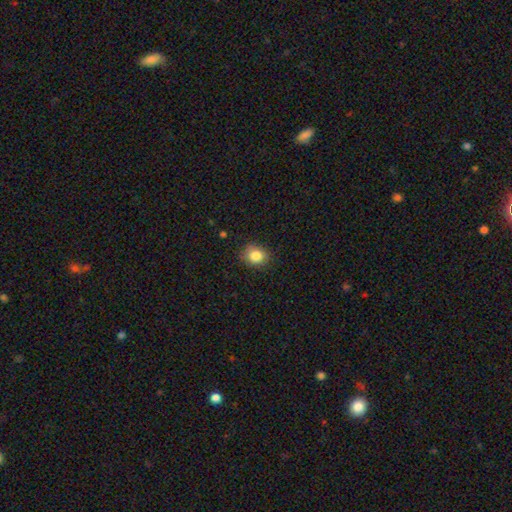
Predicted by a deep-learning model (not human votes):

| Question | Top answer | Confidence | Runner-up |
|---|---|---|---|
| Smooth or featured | smooth | 85% | star or artifact (10%) |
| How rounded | round | 63% | in between (37%) |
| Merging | none | 84% | minor disturbance (12%) |